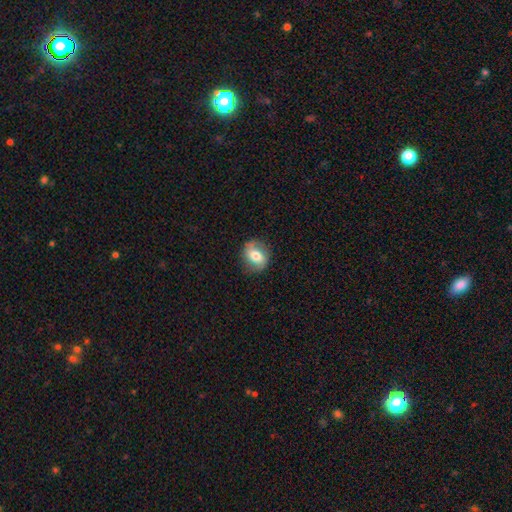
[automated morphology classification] This is possibly a smooth galaxy (57%). How rounded: possibly round (53%). Merging: likely none (78%).